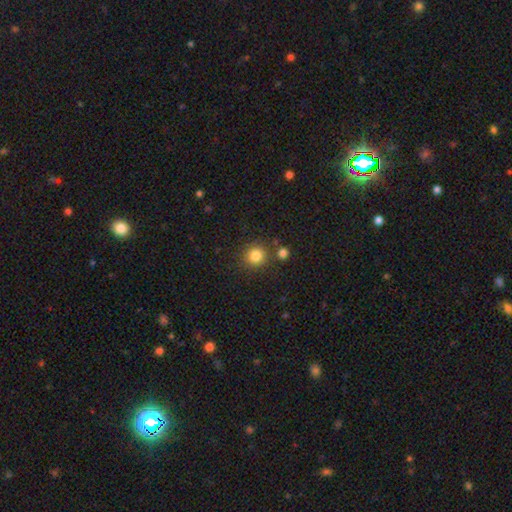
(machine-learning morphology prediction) Smooth or featured? Predicted: smooth (p=0.84). How rounded? Predicted: round (p=0.91). Merging? Predicted: none (p=0.80).